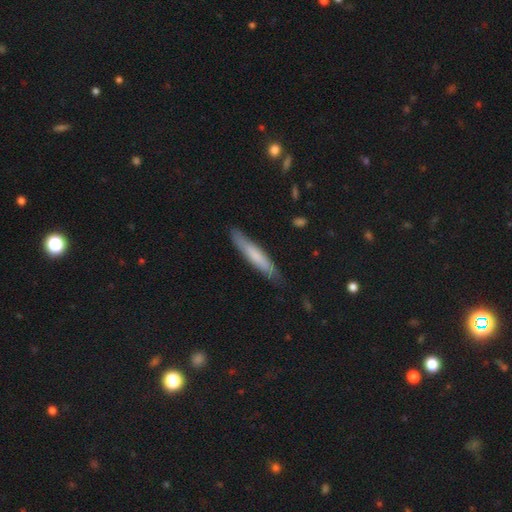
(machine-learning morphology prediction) Overall: smooth (67%; featured or disk 28%). How rounded: cigar-shaped (90%). Merging: none (81%).